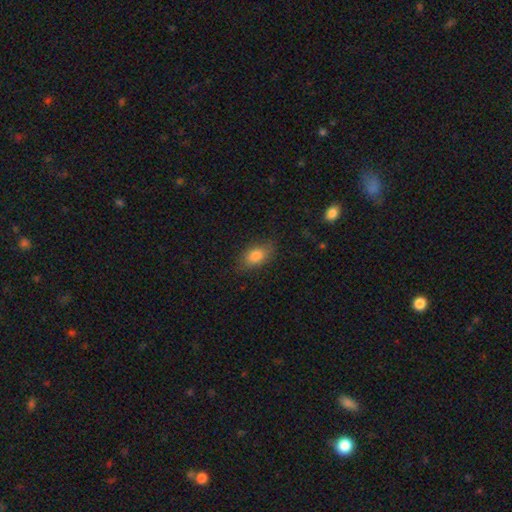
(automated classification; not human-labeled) The model was most divided on "merging": none: 79%, minor disturbance: 16%, major disturbance: 4%, merger: 1%. More confident: how rounded — in between (87%); smooth or featured — smooth (83%).